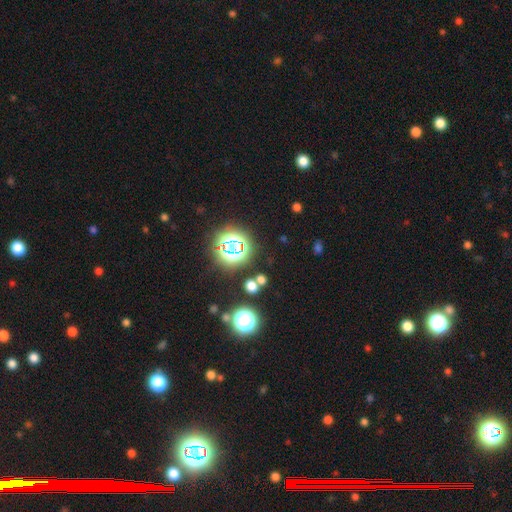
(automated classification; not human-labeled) Q: Smooth or featured?
A: star or artifact (80%); runner-up: smooth (13%)